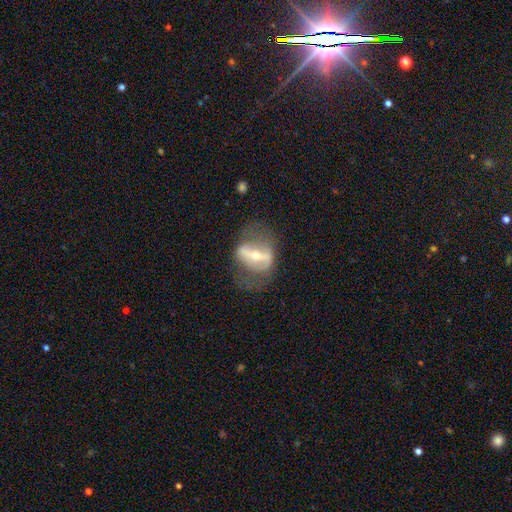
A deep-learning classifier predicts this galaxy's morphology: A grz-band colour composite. It shows a featured or disk galaxy (75%) with a strong bar (71%), no spiral arms (56%) and a small central bulge (50%). Merging: none (50%).